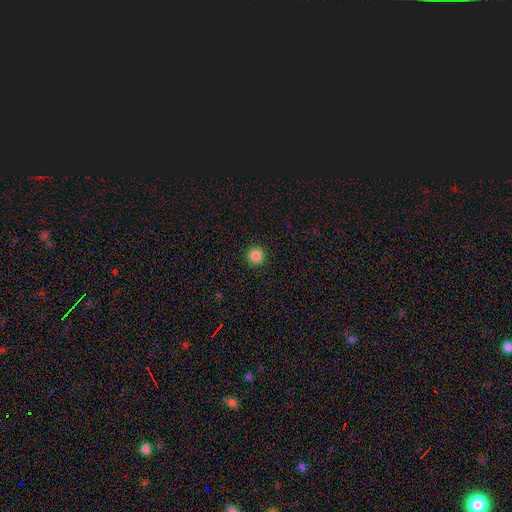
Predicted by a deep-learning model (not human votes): A smooth galaxy with no disk features (86%) that is round (95%). Merging: none (92%).